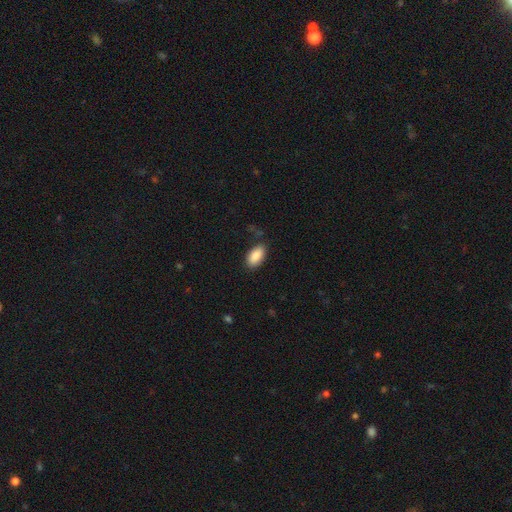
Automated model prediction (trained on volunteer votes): Q: Smooth or featured?
A: smooth (88%); runner-up: star or artifact (7%)
Q: How rounded?
A: in between (94%); runner-up: round (3%)
Q: Merging?
A: none (84%); runner-up: minor disturbance (12%)